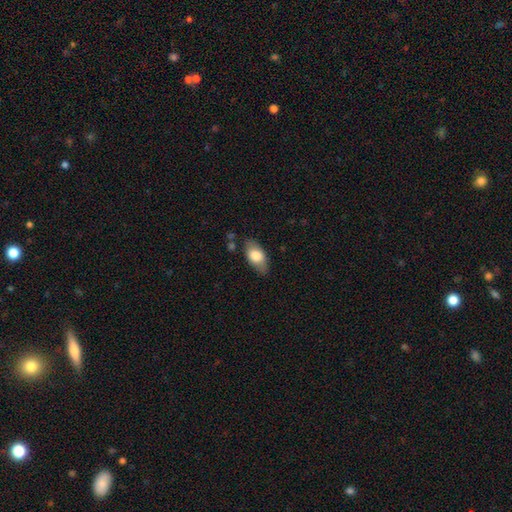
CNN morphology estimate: Smooth or featured: smooth — 75% (featured or disk — 19%)
How rounded: in between — 92% (round — 4%)
Merging: none — 77% (minor disturbance — 16%)